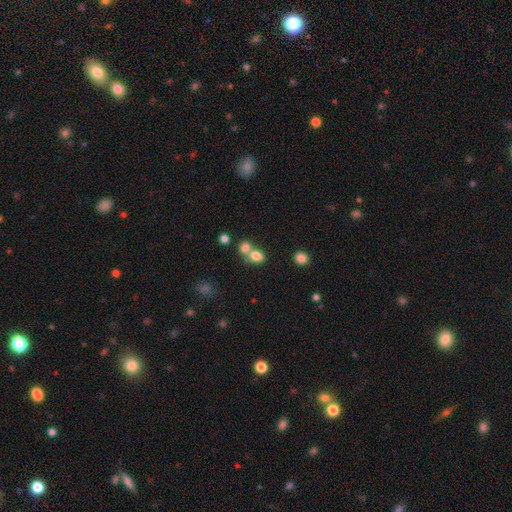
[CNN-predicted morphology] The model was most divided on "how rounded": in between: 51%, round: 47%, cigar-shaped: 1%. More confident: smooth or featured — smooth (79%); merging — merger (50%).